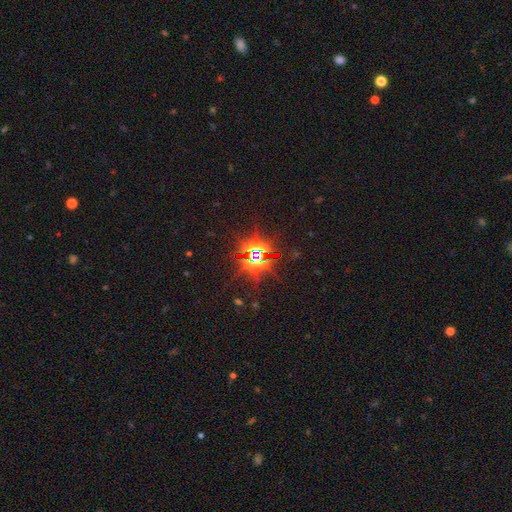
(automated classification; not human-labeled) This appears to be a star or artifact, not a galaxy (82%).